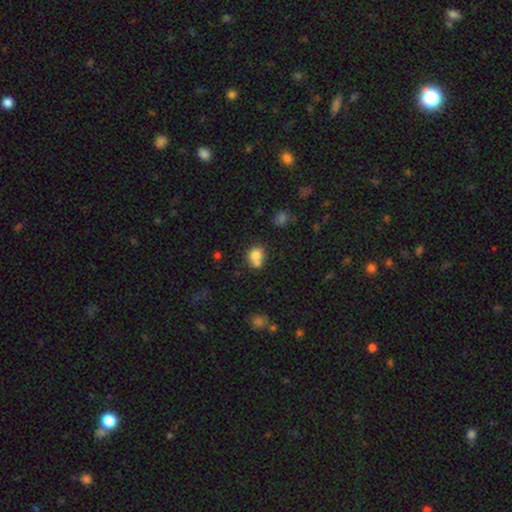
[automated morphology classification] Smooth or featured? smooth (75%)
How rounded? round (67%)
Merging? merger (50%)